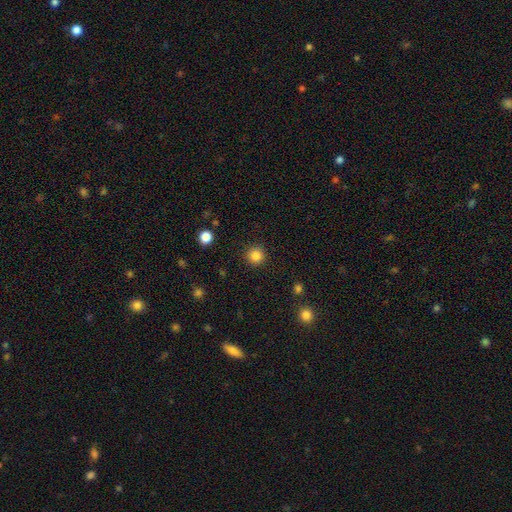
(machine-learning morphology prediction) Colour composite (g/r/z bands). It shows a smooth galaxy with no disk features (85%) that is round (95%). Merging: none (91%).